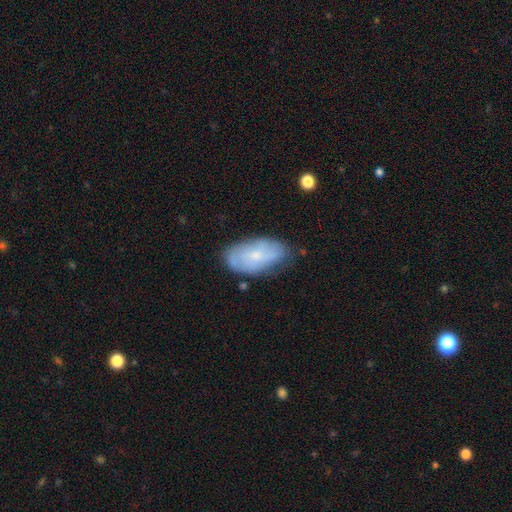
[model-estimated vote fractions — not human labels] Q: Smooth or featured?
A: smooth (51%); runner-up: featured or disk (42%)
Q: How rounded?
A: in between (93%); runner-up: cigar-shaped (3%)
Q: Merging?
A: none (71%); runner-up: minor disturbance (22%)